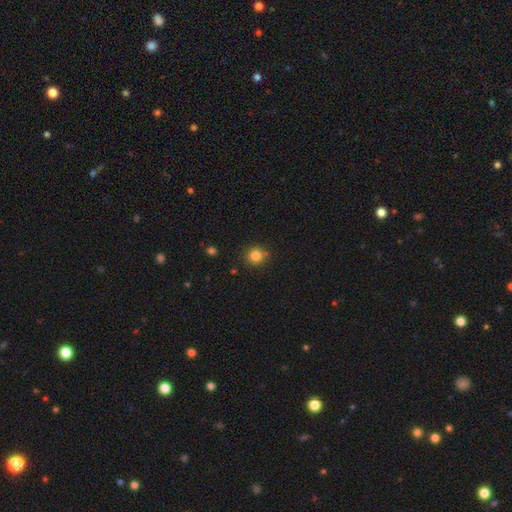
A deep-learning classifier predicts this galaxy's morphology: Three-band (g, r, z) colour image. It shows a smooth galaxy with no disk features (83%) that is round (90%). Merging: none (83%).